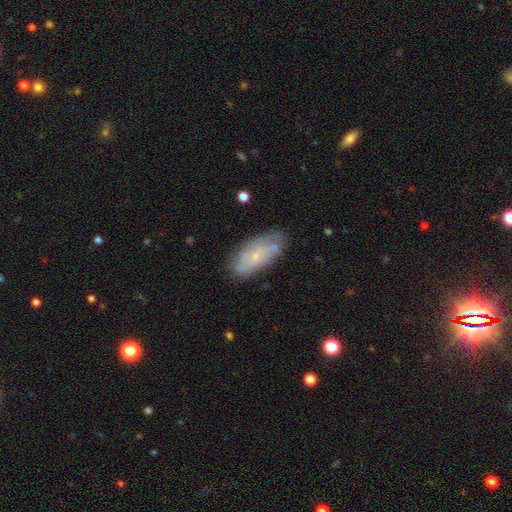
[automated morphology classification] Smooth or featured?
  - featured or disk: 52% *
  - smooth: 40%
  - star or artifact: 7%
Edge-on disk?
  - no: 90% *
  - yes: 10%
Merging?
  - none: 71% *
  - minor disturbance: 21%
  - major disturbance: 6%
  - merger: 2%